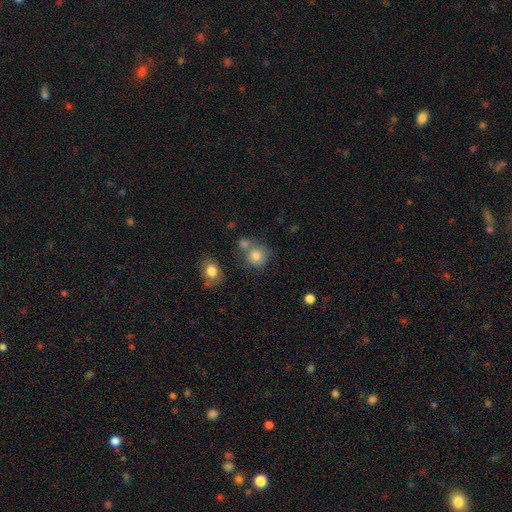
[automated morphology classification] Smooth or featured?
  - smooth: 80% *
  - star or artifact: 11%
  - featured or disk: 10%
How rounded?
  - round: 83% *
  - in between: 16%
  - cigar-shaped: 1%
Merging?
  - none: 54% *
  - merger: 29%
  - minor disturbance: 12%
  - major disturbance: 5%